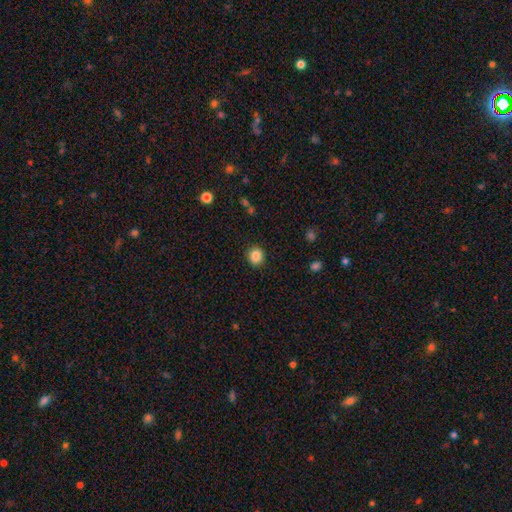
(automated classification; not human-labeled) smooth 86%, star or artifact 10%, featured or disk 4%. Down the decision tree: how rounded — round (83%); merging — none (89%).